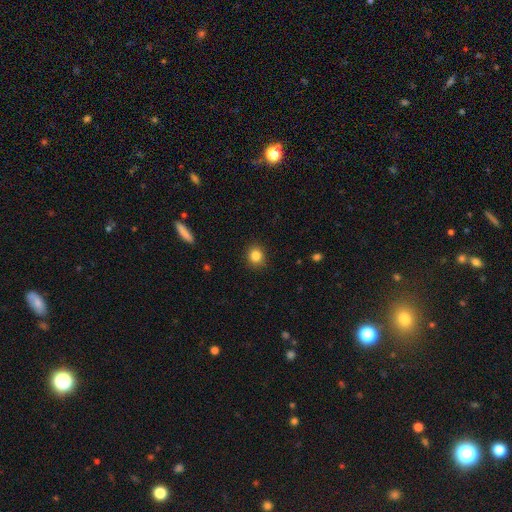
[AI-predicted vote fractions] A smooth galaxy with no disk features (85%) that is round (83%).

Vote fractions:
- Smooth or featured? smooth: 85% / star or artifact: 11% / featured or disk: 5%
- How rounded? round: 83% / in between: 16% / cigar-shaped: 1%
- Merging? none: 89% / minor disturbance: 8% / major disturbance: 2% / merger: 1%